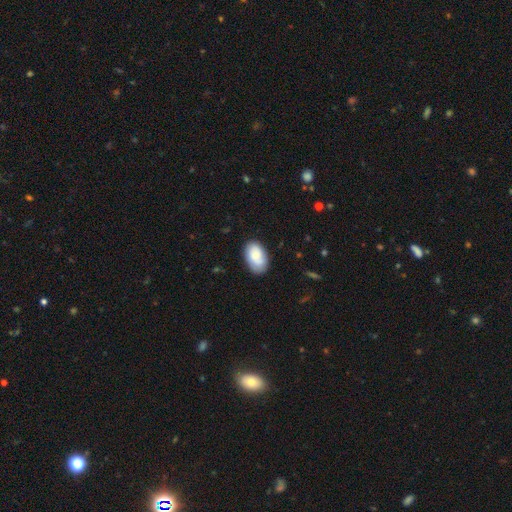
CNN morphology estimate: smooth 74%, featured or disk 19%, star or artifact 7%. Down the decision tree: how rounded — in between (92%); merging — none (76%).